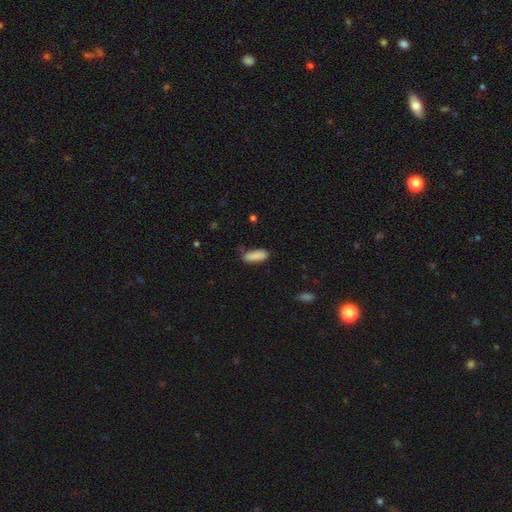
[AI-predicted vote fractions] Smooth or featured? Predicted: smooth (p=0.87). How rounded? Predicted: in between (p=0.68). Merging? Predicted: none (p=0.66).